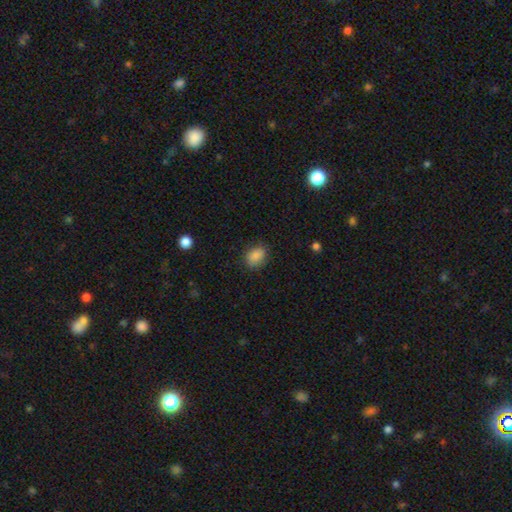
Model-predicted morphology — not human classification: Smooth or featured? Predicted: smooth (p=0.87). How rounded? Predicted: in between (p=0.70). Merging? Predicted: none (p=0.80).